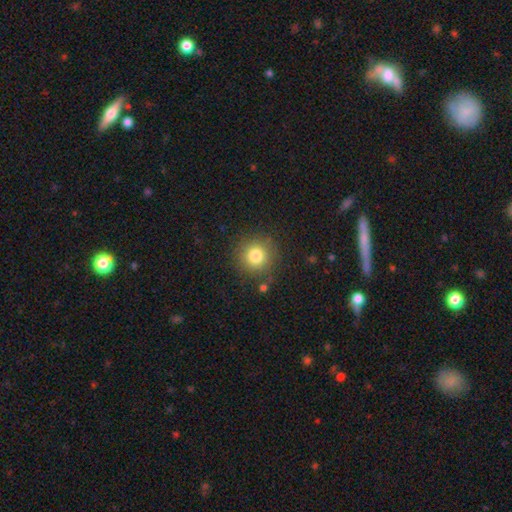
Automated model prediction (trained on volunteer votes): Smooth or featured? Predicted: smooth (p=0.80). How rounded? Predicted: round (p=0.94). Merging? Predicted: none (p=0.86).